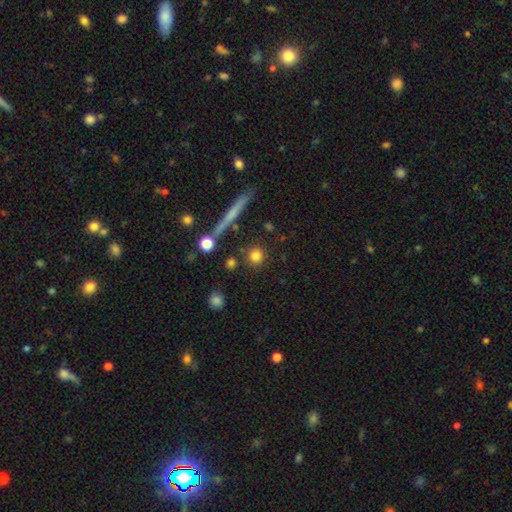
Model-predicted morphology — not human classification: smooth_or_featured: smooth (p=0.80) [alt: star or artifact p=0.11]
how_rounded: round (p=0.90) [alt: in between p=0.07]
merging: none (p=0.84) [alt: minor disturbance p=0.08]